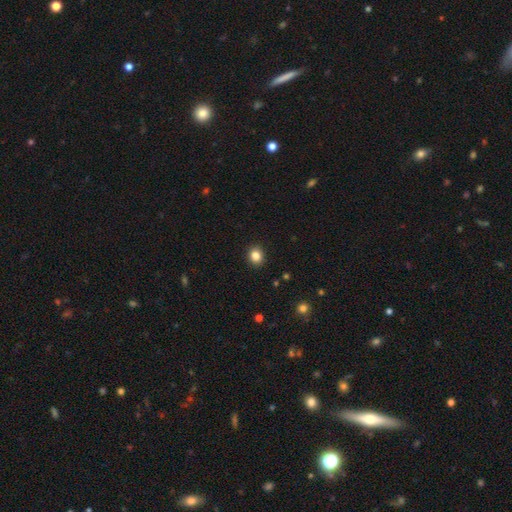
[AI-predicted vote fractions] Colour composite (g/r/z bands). It shows a smooth galaxy with no disk features (84%) that is round (73%). Merging: none (91%).